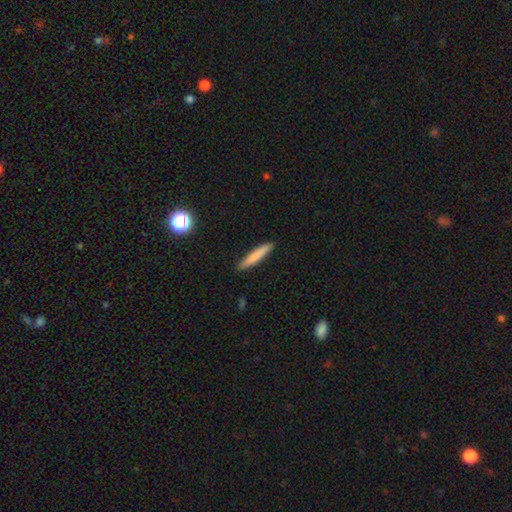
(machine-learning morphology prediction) A smooth galaxy with no disk features (79%) that is cigar-shaped (92%).

Vote fractions:
- Smooth or featured? smooth: 79% / featured or disk: 15% / star or artifact: 6%
- How rounded? cigar-shaped: 92% / in between: 6% / round: 1%
- Merging? none: 90% / minor disturbance: 8% / major disturbance: 1% / merger: 1%